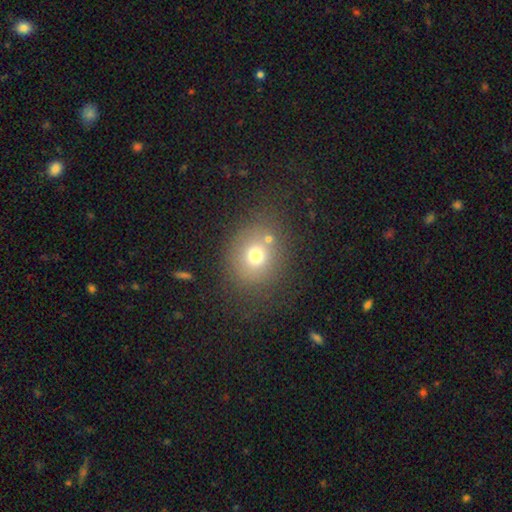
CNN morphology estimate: Smooth or featured? Predicted: smooth (p=0.69). How rounded? Predicted: round (p=0.78). Merging? Predicted: none (p=0.72).